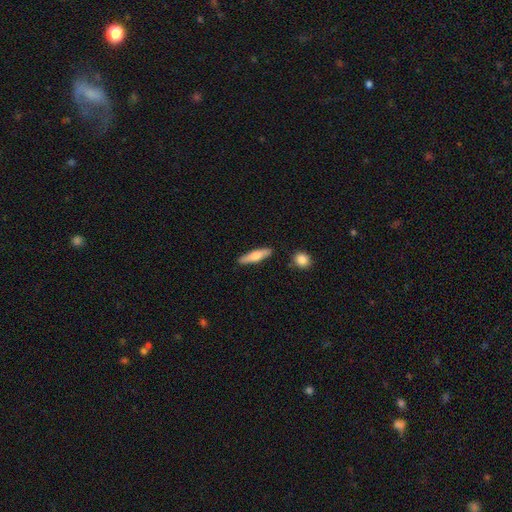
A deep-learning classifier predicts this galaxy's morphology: Q: Smooth or featured?
A: smooth (66%); runner-up: featured or disk (28%)
Q: How rounded?
A: cigar-shaped (72%); runner-up: in between (26%)
Q: Merging?
A: none (85%); runner-up: minor disturbance (10%)